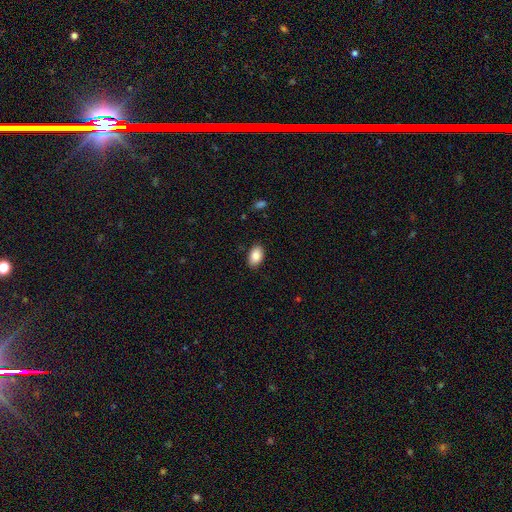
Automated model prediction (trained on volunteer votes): smooth_or_featured: smooth (p=0.88) [alt: star or artifact p=0.07]
how_rounded: in between (p=0.92) [alt: round p=0.07]
merging: none (p=0.87) [alt: minor disturbance p=0.10]